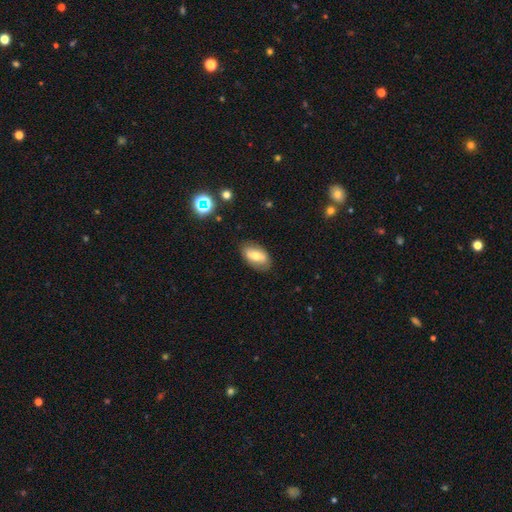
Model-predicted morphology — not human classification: Smooth or featured? smooth (60%)
How rounded? in between (91%)
Merging? none (82%)